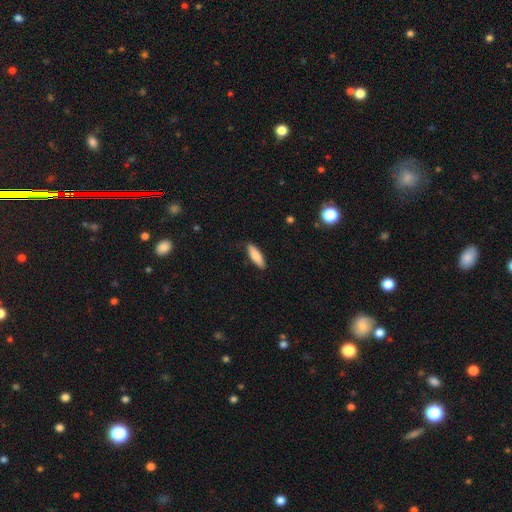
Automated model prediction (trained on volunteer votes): Smooth or featured? Predicted: smooth (p=0.82). How rounded? Predicted: cigar-shaped (p=0.61). Merging? Predicted: none (p=0.85).